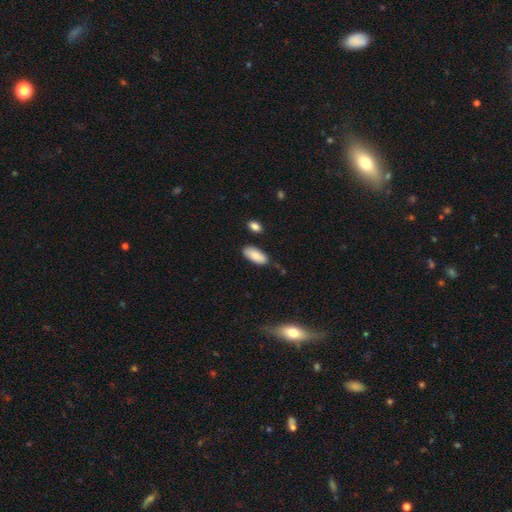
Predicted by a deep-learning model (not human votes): A smooth galaxy with no disk features (85%) that is in between round and cigar-shaped (90%). Merging: none (76%).